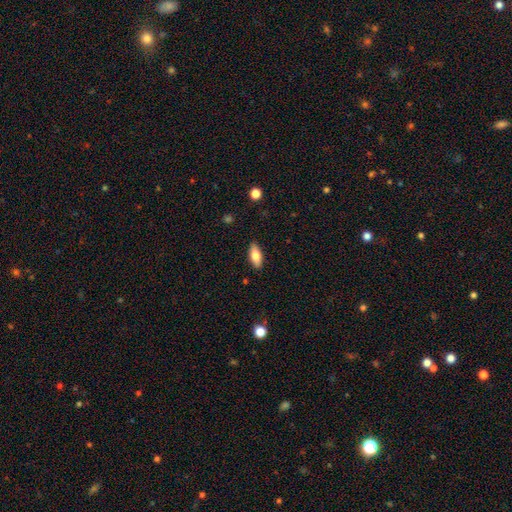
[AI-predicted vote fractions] Overall: smooth (75%). How rounded: in between (82%). Merging: none (87%).